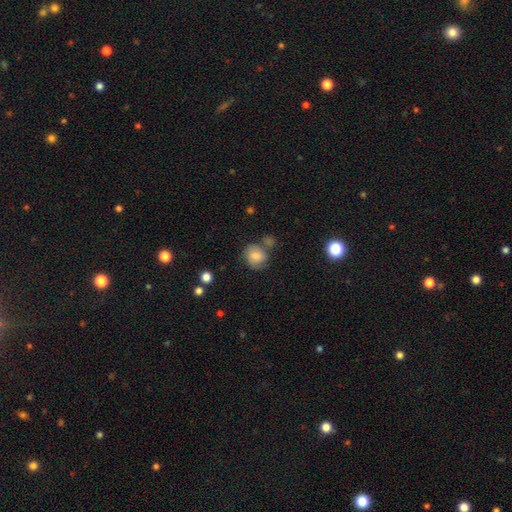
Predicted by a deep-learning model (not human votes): A smooth galaxy with no disk features (66%) that is round (73%). Merging: none (55%).